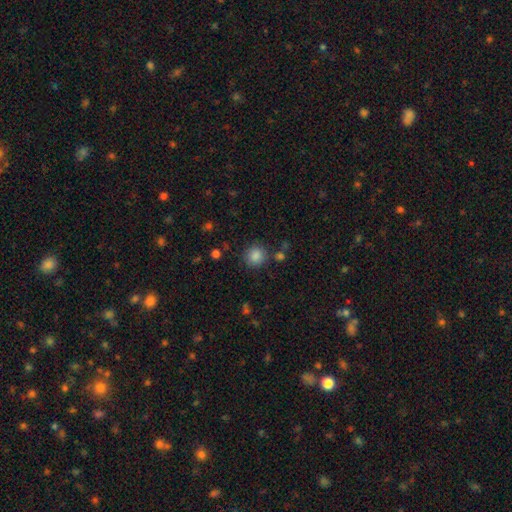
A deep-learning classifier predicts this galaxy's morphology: smooth_or_featured: smooth (p=0.86) [alt: star or artifact p=0.11]
how_rounded: round (p=0.90) [alt: in between p=0.09]
merging: none (p=0.83) [alt: minor disturbance p=0.09]